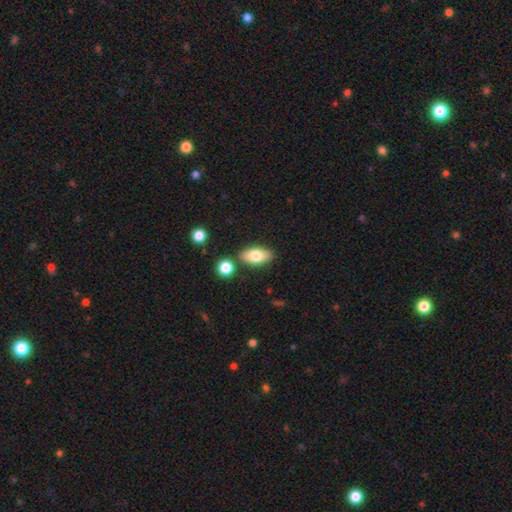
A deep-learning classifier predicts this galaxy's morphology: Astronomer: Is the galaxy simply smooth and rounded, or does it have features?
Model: smooth — 74%.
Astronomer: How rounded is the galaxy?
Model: in between — 88%.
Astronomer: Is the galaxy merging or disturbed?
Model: none — 81%.